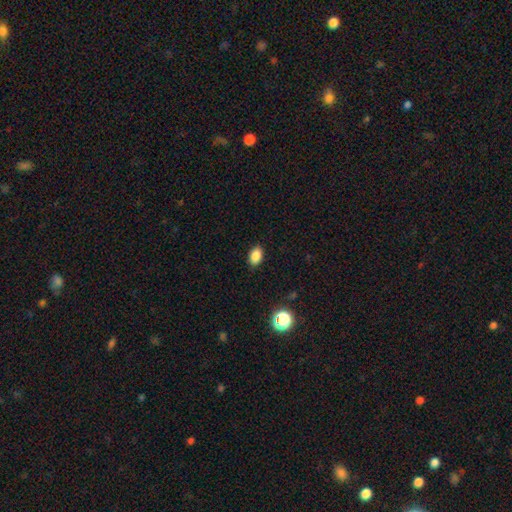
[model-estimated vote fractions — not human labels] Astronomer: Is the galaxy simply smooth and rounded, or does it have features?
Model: smooth — 86%.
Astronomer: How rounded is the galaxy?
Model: in between — 86%.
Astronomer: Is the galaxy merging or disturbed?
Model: none — 88%.